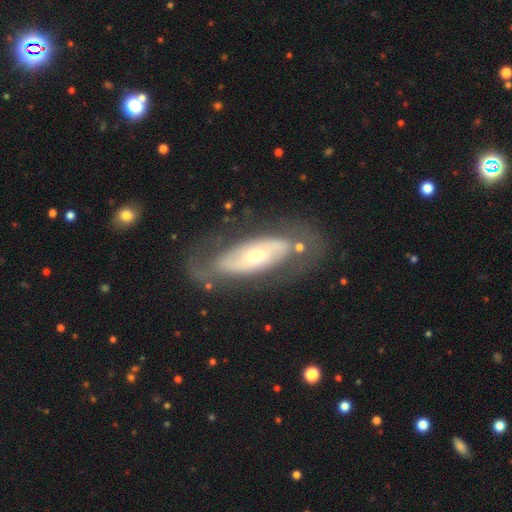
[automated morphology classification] This is likely a featured or disk galaxy (67%). It is clearly not viewed edge-on (83%). Bar: likely no (74%). Spiral arm pattern: possibly no (54%). Central bulge: possibly moderate (47%). Merging: likely none (67%).